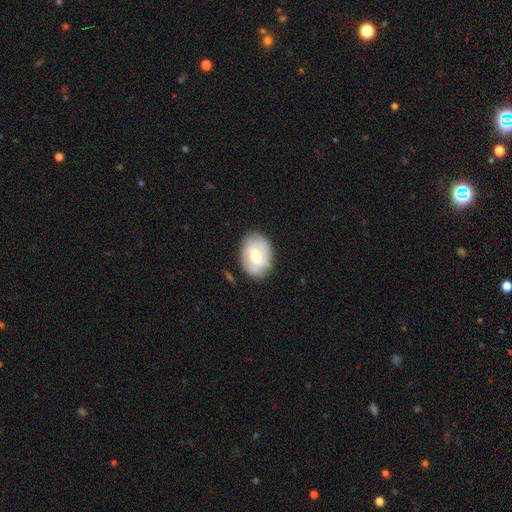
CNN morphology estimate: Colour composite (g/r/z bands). It shows a featured or disk galaxy (54%) with a weak bar (48%), spiral arms (58%) and a moderate central bulge (71%). Merging: none (77%).